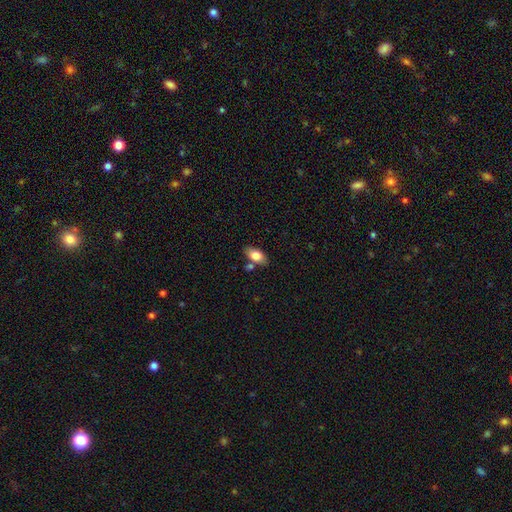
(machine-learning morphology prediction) smooth 81%, featured or disk 12%, star or artifact 7%. Down the decision tree: how rounded — in between (91%); merging — none (72%).